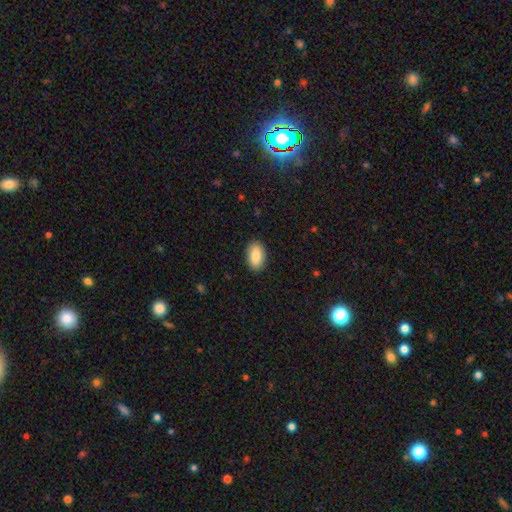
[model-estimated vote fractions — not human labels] Smooth or featured? smooth (84%)
How rounded? in between (91%)
Merging? none (89%)